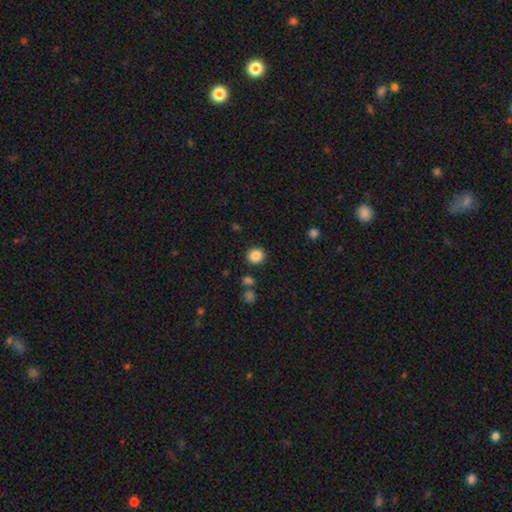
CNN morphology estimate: Smooth or featured? Predicted: smooth (p=0.86). How rounded? Predicted: round (p=0.89). Merging? Predicted: none (p=0.89).